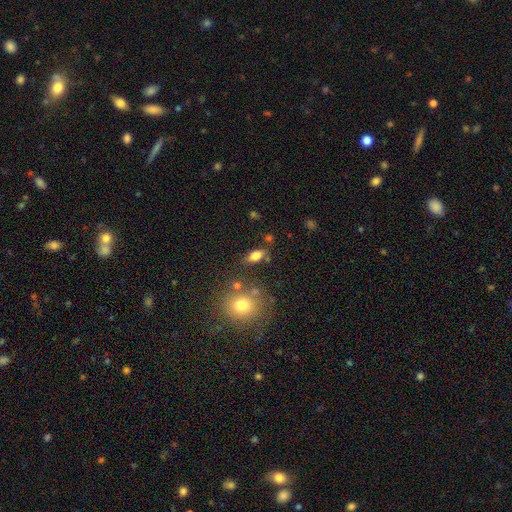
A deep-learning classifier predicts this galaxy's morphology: A smooth galaxy with no disk features (78%) that is in between round and cigar-shaped (84%). Merging: none (72%).